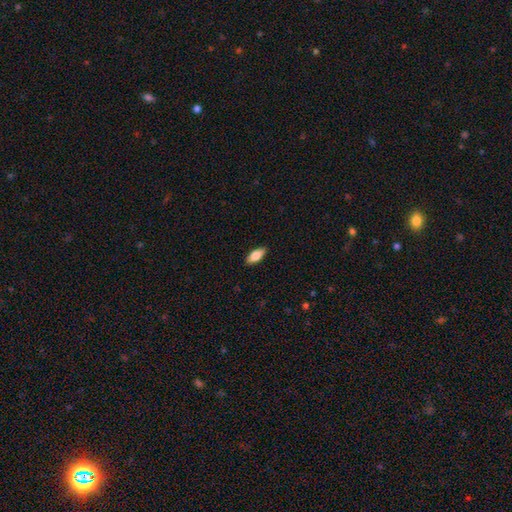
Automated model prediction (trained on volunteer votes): smooth-or-featured: smooth: 81% | featured or disk: 13% | star or artifact: 6%
  how-rounded: in between: 85% | cigar-shaped: 13% | round: 2%
  merging: none: 89% | minor disturbance: 8% | major disturbance: 2% | merger: 1%